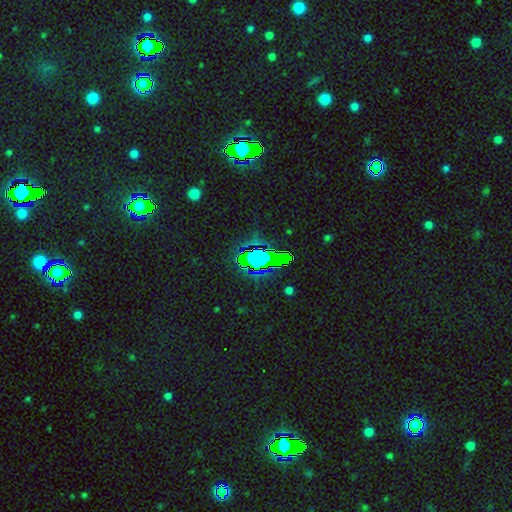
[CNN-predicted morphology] Smooth or featured? star or artifact (71%)